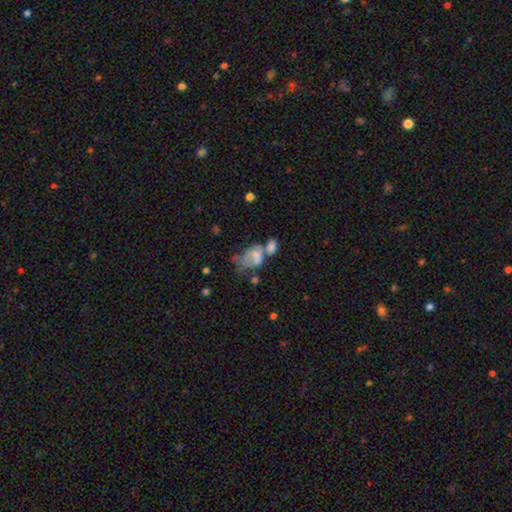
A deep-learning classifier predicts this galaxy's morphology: smooth_or_featured: smooth (p=0.57) [alt: featured or disk p=0.31]
how_rounded: in between (p=0.80) [alt: round p=0.18]
merging: merger (p=0.51) [alt: major disturbance p=0.21]